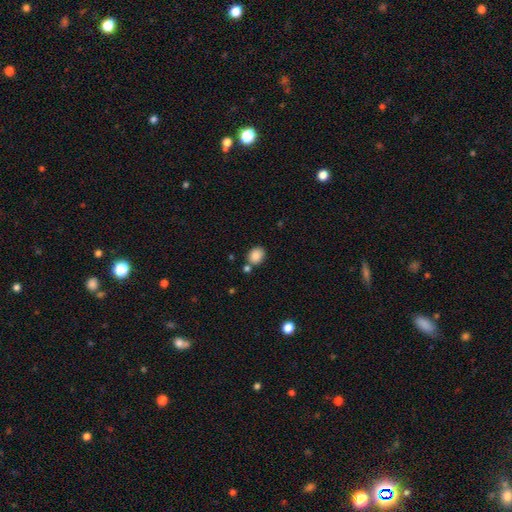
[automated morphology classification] Smooth or featured: smooth — 87% (star or artifact — 9%)
How rounded: round — 51% (in between — 48%)
Merging: none — 72% (merger — 13%)